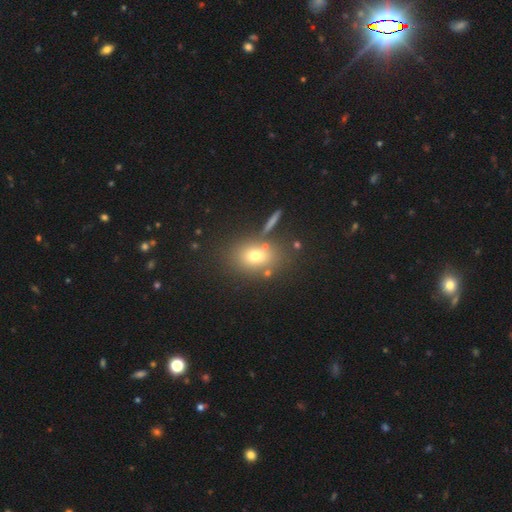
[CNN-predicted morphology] A smooth galaxy with no disk features (70%) that is in between round and cigar-shaped (58%).

Vote fractions:
- Smooth or featured? smooth: 70% / featured or disk: 15% / star or artifact: 15%
- How rounded? in between: 58% / round: 40% / cigar-shaped: 2%
- Merging? none: 73% / merger: 11% / minor disturbance: 11% / major disturbance: 5%